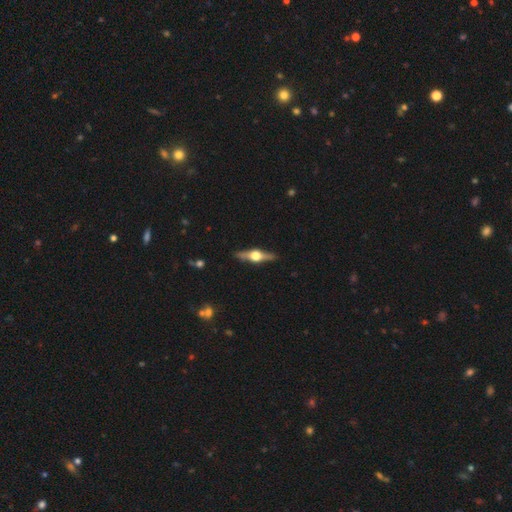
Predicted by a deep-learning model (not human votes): Q: Smooth or featured?
A: featured or disk (78%); runner-up: smooth (16%)
Q: Edge-on disk?
A: yes (97%); runner-up: no (3%)
Q: Edge-on bulge?
A: rounded (96%); runner-up: boxy (3%)
Q: Merging?
A: none (89%); runner-up: minor disturbance (8%)